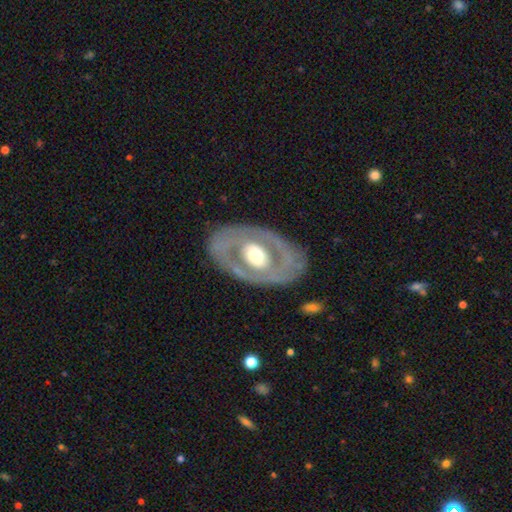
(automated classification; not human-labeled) Overall: featured or disk (70%). Edge-on disk: no (92%). Bar: no (66%). Spiral arms: no (72%). Bulge size: moderate (63%; large 27%). Merging: none (80%).